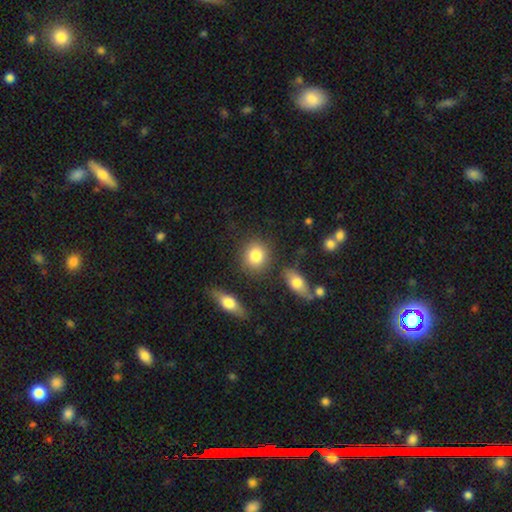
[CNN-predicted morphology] A smooth galaxy with no disk features (84%) that is round (73%).

Vote fractions:
- Smooth or featured? smooth: 84% / star or artifact: 8% / featured or disk: 8%
- How rounded? round: 73% / in between: 25% / cigar-shaped: 2%
- Merging? none: 80% / minor disturbance: 10% / merger: 6% / major disturbance: 4%